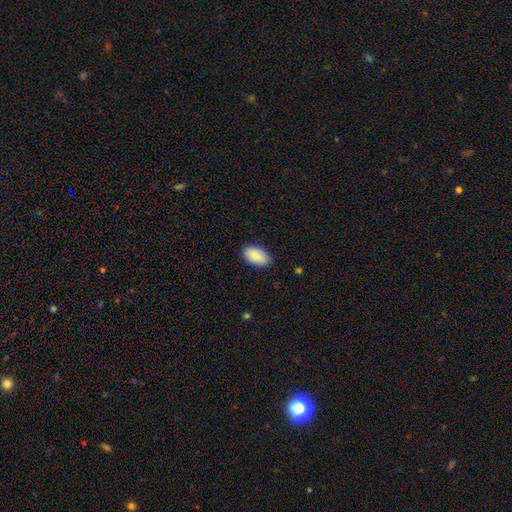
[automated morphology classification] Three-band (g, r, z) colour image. It shows a smooth galaxy with no disk features (90%) that is in between round and cigar-shaped (95%). Merging: none (87%).